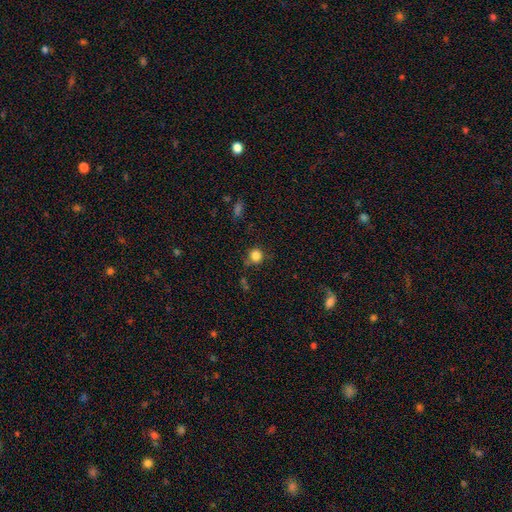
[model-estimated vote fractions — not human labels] smooth_or_featured: smooth (p=0.84) [alt: star or artifact p=0.12]
how_rounded: round (p=0.91) [alt: in between p=0.08]
merging: none (p=0.76) [alt: minor disturbance p=0.15]